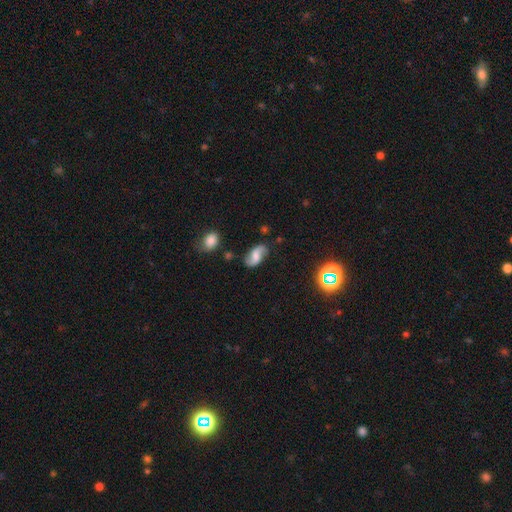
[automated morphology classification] smooth_or_featured: featured or disk (p=0.64) [alt: smooth p=0.27]
disk_edge_on: no (p=0.96) [alt: yes p=0.04]
bar: no (p=0.45) [alt: weak p=0.43]
has_spiral_arms: yes (p=0.93) [alt: no p=0.07]
spiral_winding: loose (p=0.58) [alt: medium p=0.32]
spiral_arm_count: 2 (p=0.90) [alt: can't tell p=0.04]
bulge_size: moderate (p=0.34) [alt: none p=0.27]
merging: none (p=0.73) [alt: minor disturbance p=0.18]